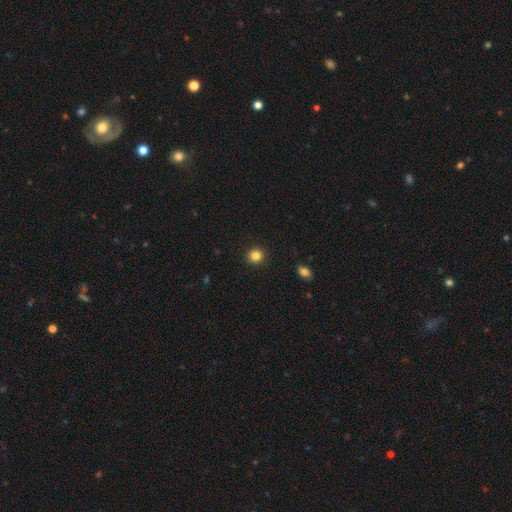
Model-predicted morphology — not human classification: The model was most divided on "smooth or featured": smooth: 84%, star or artifact: 12%, featured or disk: 4%. More confident: merging — none (92%); how rounded — round (92%).